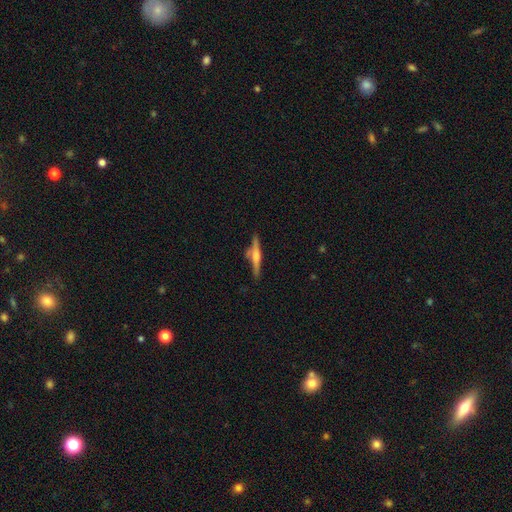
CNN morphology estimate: A featured or disk galaxy (63%) viewed edge-on (96%) with a rounded central bulge (74%). Merging: none (72%).